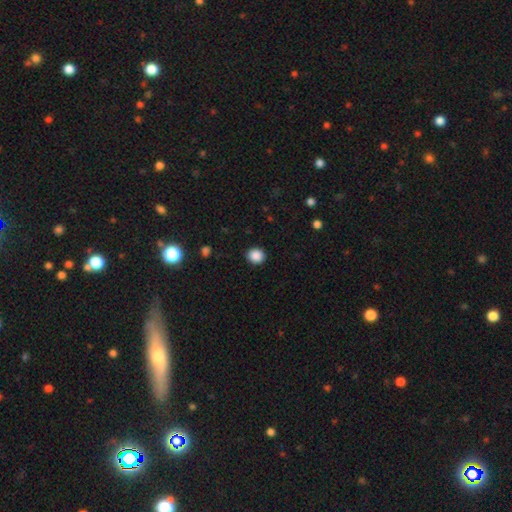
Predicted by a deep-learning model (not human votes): smooth-or-featured: smooth: 87% | star or artifact: 10% | featured or disk: 3%
  how-rounded: round: 84% | in between: 15% | cigar-shaped: 1%
  merging: none: 90% | minor disturbance: 7% | major disturbance: 2% | merger: 1%